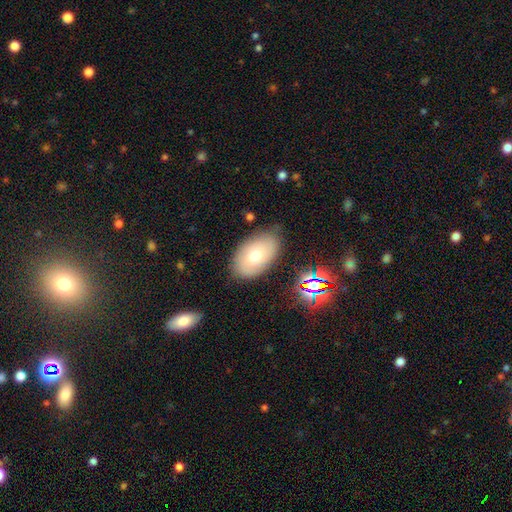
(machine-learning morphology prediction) Q: Smooth or featured?
A: smooth (63%); runner-up: featured or disk (28%)
Q: How rounded?
A: in between (92%); runner-up: round (7%)
Q: Merging?
A: none (79%); runner-up: minor disturbance (15%)